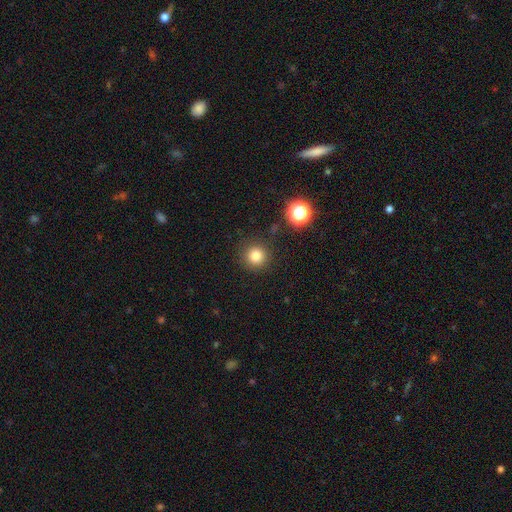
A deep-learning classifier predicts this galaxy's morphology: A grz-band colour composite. It shows a smooth galaxy with no disk features (81%) that is round (95%). Merging: none (88%).